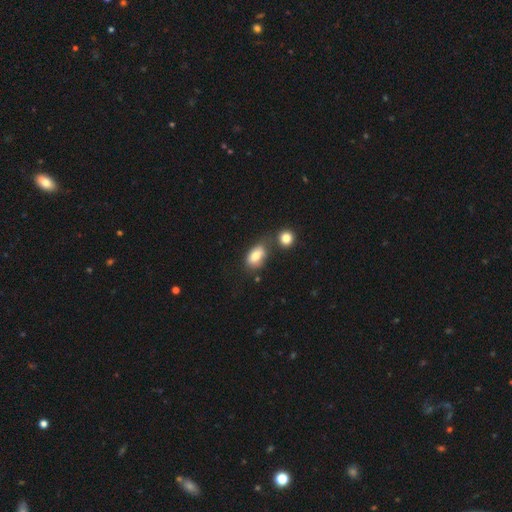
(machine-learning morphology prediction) A smooth galaxy with no disk features (80%) that is in between round and cigar-shaped (88%). Merging: none (48%).